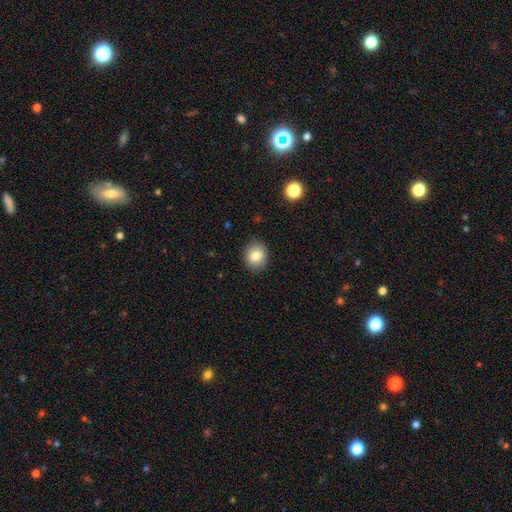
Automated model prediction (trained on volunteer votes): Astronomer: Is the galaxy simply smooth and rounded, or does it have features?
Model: smooth — 81%.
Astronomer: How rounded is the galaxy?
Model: round — 77%.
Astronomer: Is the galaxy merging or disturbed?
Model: none — 89%.